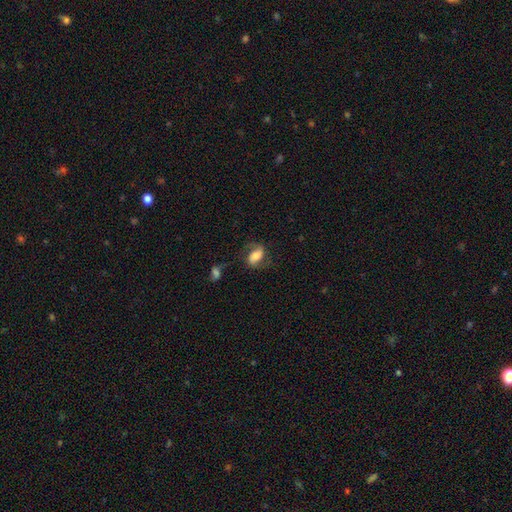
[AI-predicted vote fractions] smooth_or_featured: featured or disk (p=0.53) [alt: smooth p=0.39]
disk_edge_on: no (p=0.95) [alt: yes p=0.05]
bar: no (p=0.35) [tied with: weak p=0.35]
has_spiral_arms: yes (p=0.87) [alt: no p=0.13]
bulge_size: moderate (p=0.50) [alt: large p=0.27]
merging: none (p=0.57) [alt: minor disturbance p=0.20]